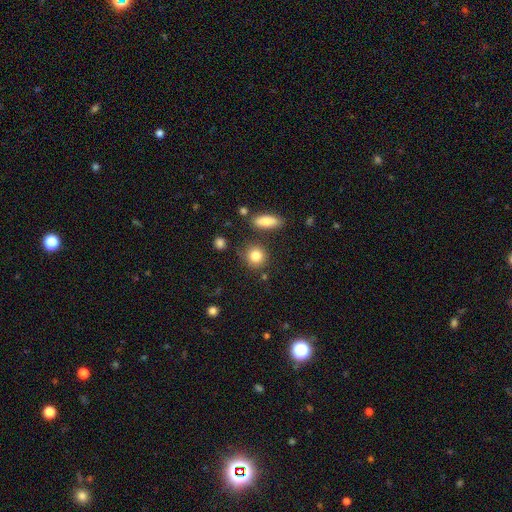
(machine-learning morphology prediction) Q: Smooth or featured?
A: smooth (84%); runner-up: star or artifact (9%)
Q: How rounded?
A: round (82%); runner-up: in between (16%)
Q: Merging?
A: none (79%); runner-up: minor disturbance (11%)